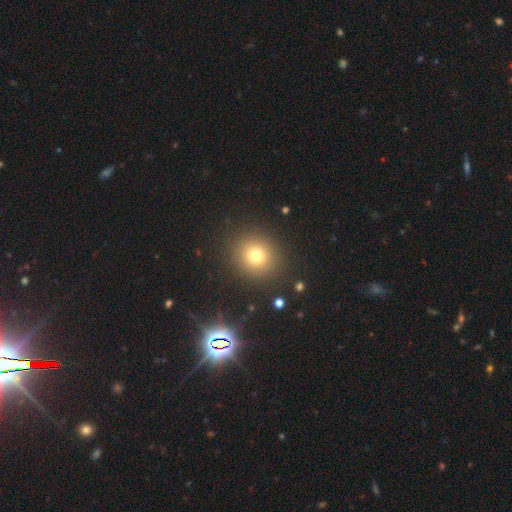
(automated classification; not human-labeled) A smooth galaxy with no disk features (74%) that is round (87%). Merging: none (89%).